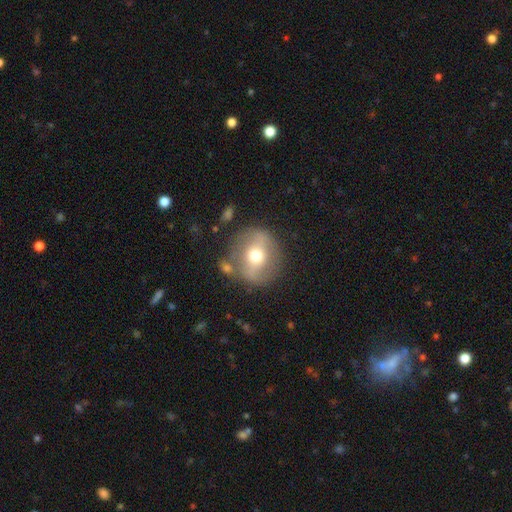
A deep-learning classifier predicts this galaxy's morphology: type=smooth (48%); merging=none (77%).